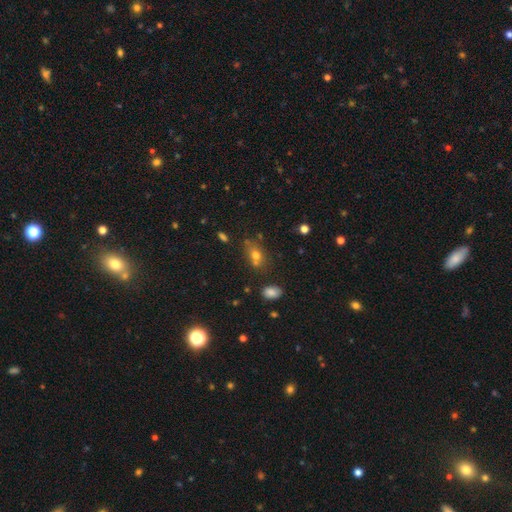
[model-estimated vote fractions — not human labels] Morphology: type=smooth (69%); roundness=in between (65%); merging=none (53%).